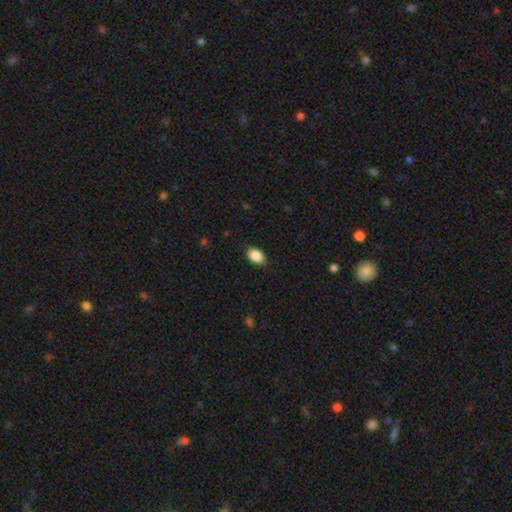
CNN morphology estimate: A smooth galaxy with no disk features (89%) that is in between round and cigar-shaped (89%).

Vote fractions:
- Smooth or featured? smooth: 89% / star or artifact: 7% / featured or disk: 4%
- How rounded? in between: 89% / round: 10% / cigar-shaped: 1%
- Merging? none: 85% / minor disturbance: 12% / major disturbance: 2% / merger: 1%